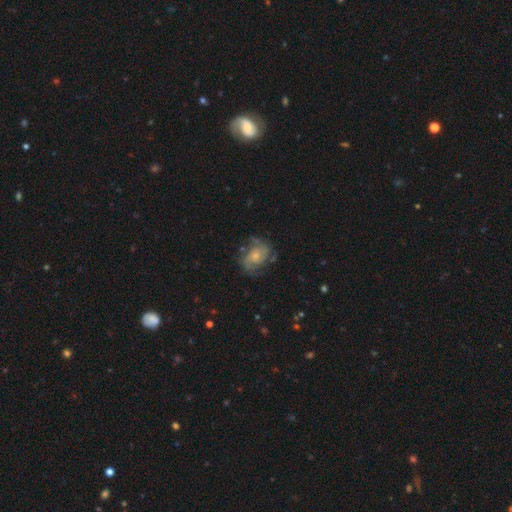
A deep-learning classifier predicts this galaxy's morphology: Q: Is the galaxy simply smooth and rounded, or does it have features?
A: featured or disk — 74%.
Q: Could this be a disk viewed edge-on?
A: no — 98%.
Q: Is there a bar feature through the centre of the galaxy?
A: no — 69%.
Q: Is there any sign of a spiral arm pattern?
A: yes — 90%.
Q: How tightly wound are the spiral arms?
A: medium — 46%.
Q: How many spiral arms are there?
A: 2 — 52%.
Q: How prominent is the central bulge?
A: small — 56%.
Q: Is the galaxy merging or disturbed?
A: none — 62%.